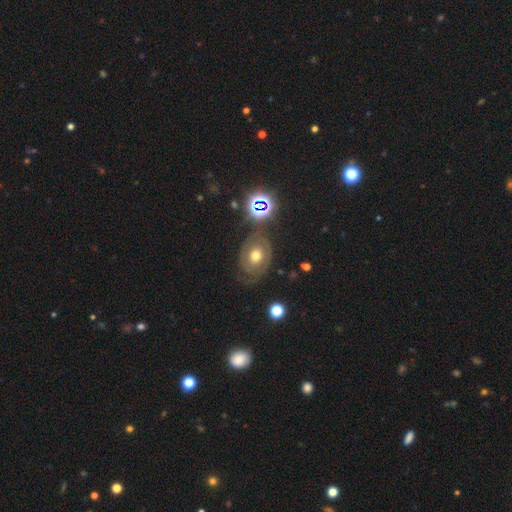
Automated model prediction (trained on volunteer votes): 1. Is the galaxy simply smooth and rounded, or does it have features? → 65% featured or disk, 21% smooth, 14% star or artifact.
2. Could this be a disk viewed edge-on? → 96% no, 4% yes.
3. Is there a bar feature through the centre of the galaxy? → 83% no, 14% weak, 4% strong.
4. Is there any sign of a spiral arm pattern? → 79% yes, 21% no.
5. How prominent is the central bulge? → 73% moderate, 13% small, 10% large, 2% dominant, 2% none.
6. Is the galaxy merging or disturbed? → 66% none, 18% minor disturbance, 12% major disturbance, 5% merger.